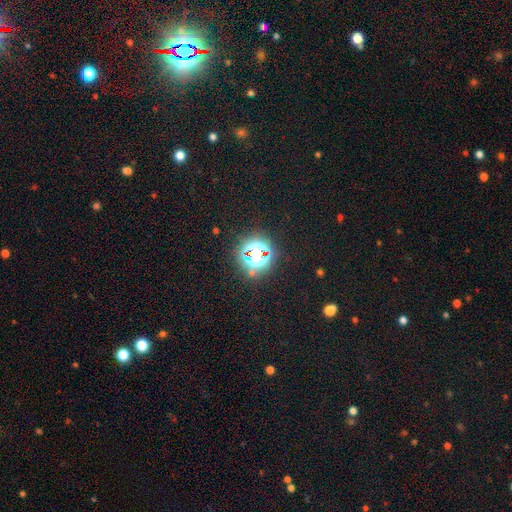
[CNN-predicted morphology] A star or artifact, not a galaxy (75%).